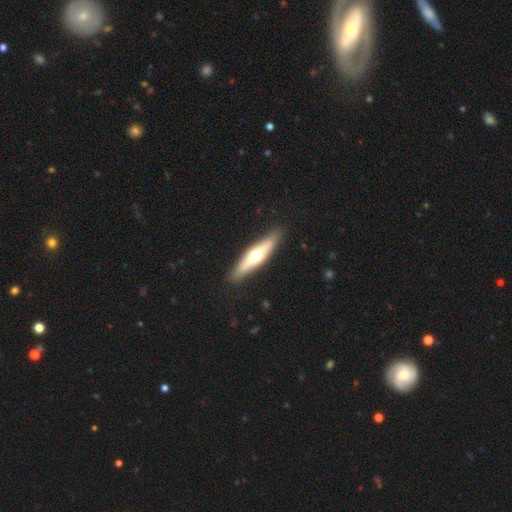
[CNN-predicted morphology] smooth-or-featured: featured or disk: 54% | smooth: 41% | star or artifact: 5%
  disk-edge-on: yes: 89% | no: 11%
  merging: none: 88% | minor disturbance: 9% | major disturbance: 2% | merger: 1%